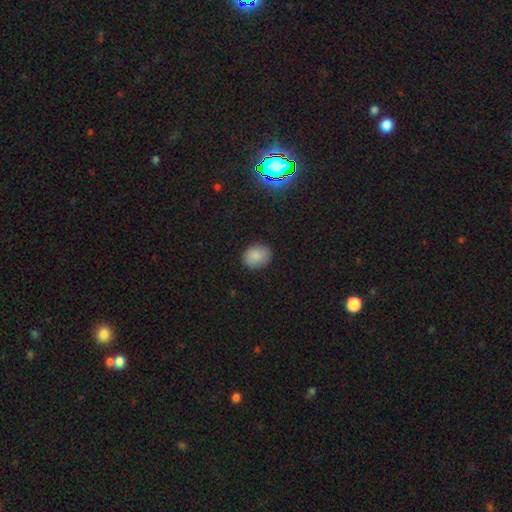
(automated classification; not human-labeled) Smooth or featured?
  - smooth: 84% *
  - star or artifact: 9%
  - featured or disk: 7%
How rounded?
  - round: 56% *
  - in between: 43%
  - cigar-shaped: 1%
Merging?
  - none: 87% *
  - minor disturbance: 10%
  - major disturbance: 2%
  - merger: 1%